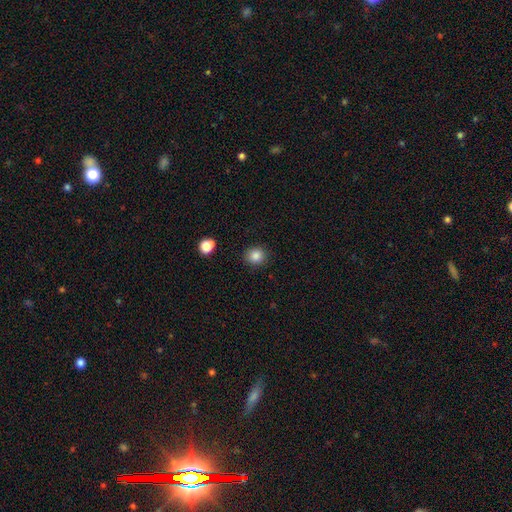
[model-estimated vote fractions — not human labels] Smooth or featured?
  - smooth: 85% *
  - star or artifact: 10%
  - featured or disk: 4%
How rounded?
  - round: 83% *
  - in between: 16%
  - cigar-shaped: 1%
Merging?
  - none: 89% *
  - minor disturbance: 7%
  - major disturbance: 2%
  - merger: 2%